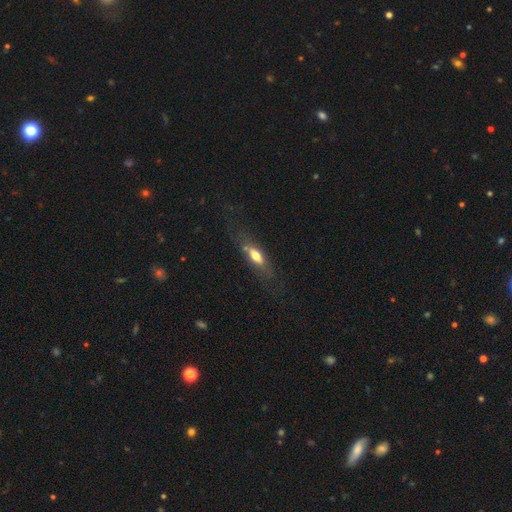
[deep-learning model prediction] smooth_or_featured: smooth (p=0.55) [alt: featured or disk p=0.37]
how_rounded: in between (p=0.56) [alt: cigar-shaped p=0.40]
merging: none (p=0.64) [alt: minor disturbance p=0.20]